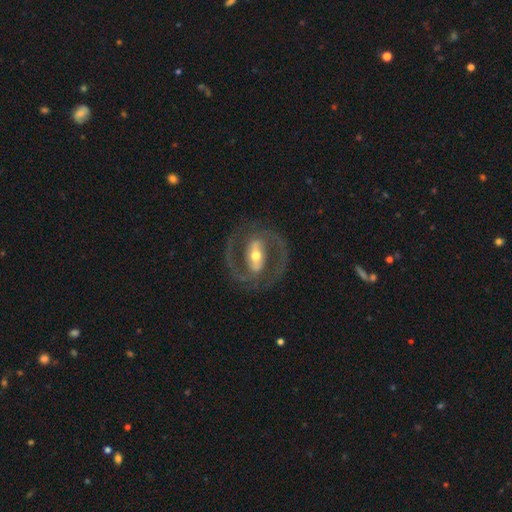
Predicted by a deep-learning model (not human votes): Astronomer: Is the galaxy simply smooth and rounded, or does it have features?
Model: featured or disk — 89%.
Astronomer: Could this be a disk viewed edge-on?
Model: no — 96%.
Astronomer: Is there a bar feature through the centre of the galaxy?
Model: strong — 61%.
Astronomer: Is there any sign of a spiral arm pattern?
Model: yes — 91%.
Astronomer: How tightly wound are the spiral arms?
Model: medium — 58%.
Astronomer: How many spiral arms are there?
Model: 2 — 91%.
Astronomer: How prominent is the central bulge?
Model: moderate — 59%.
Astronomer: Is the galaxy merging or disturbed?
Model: none — 80%.